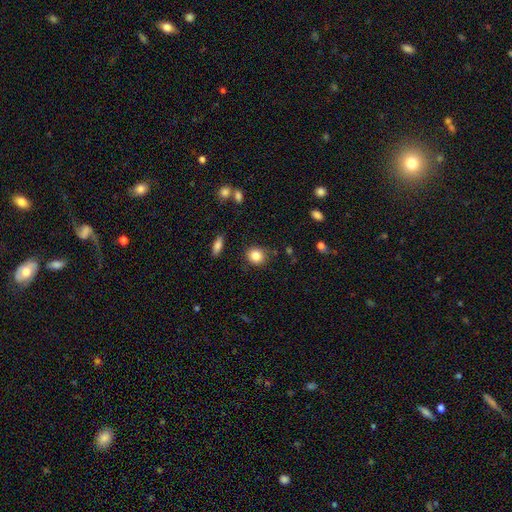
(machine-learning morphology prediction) A smooth galaxy with no disk features (84%) that is round (78%).

Vote fractions:
- Smooth or featured? smooth: 84% / star or artifact: 10% / featured or disk: 6%
- How rounded? round: 78% / in between: 21% / cigar-shaped: 1%
- Merging? none: 83% / minor disturbance: 12% / major disturbance: 3% / merger: 2%